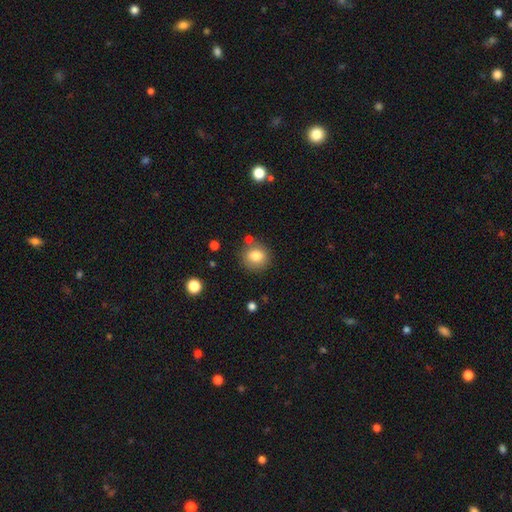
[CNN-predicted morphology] This is clearly a smooth galaxy (81%). How rounded: clearly round (87%). Merging: likely none (78%).